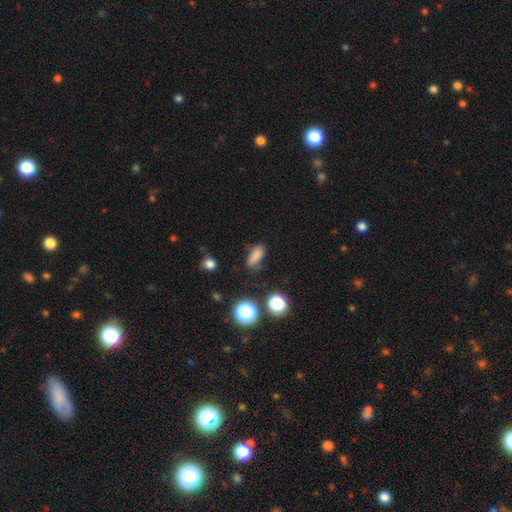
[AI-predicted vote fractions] A smooth galaxy with no disk features (81%) that is in between round and cigar-shaped (73%). Merging: none (75%).